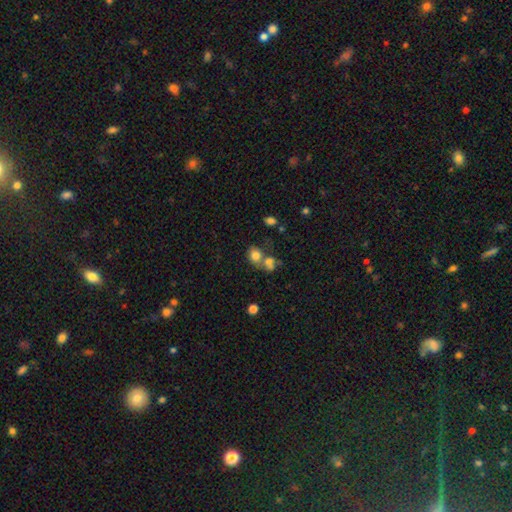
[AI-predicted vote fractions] Smooth or featured? smooth (76%)
How rounded? round (63%)
Merging? merger (50%)